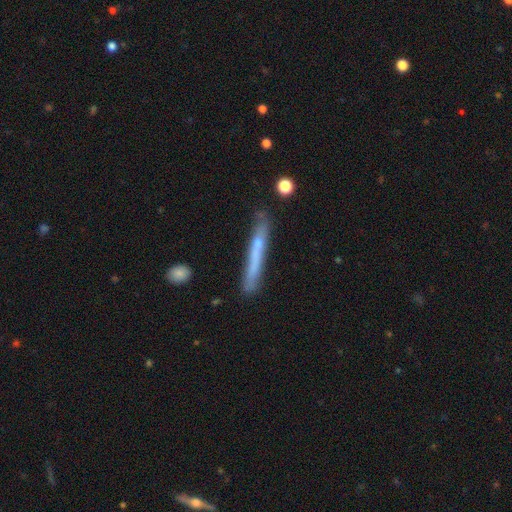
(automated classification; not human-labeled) Smooth or featured: smooth — 49% (featured or disk — 44%)
Merging: none — 73% (minor disturbance — 19%)